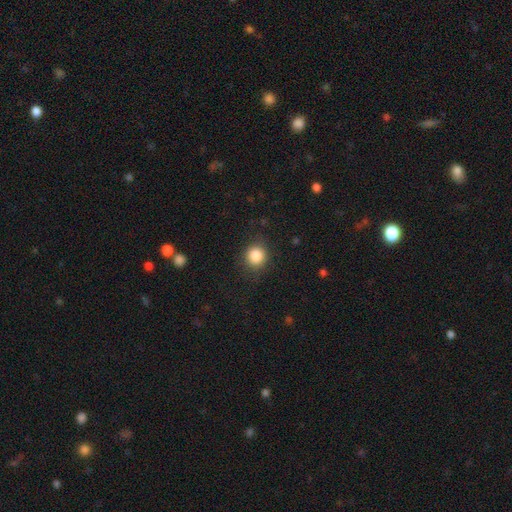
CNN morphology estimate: Overall: smooth (86%). How rounded: round (84%). Merging: none (85%).